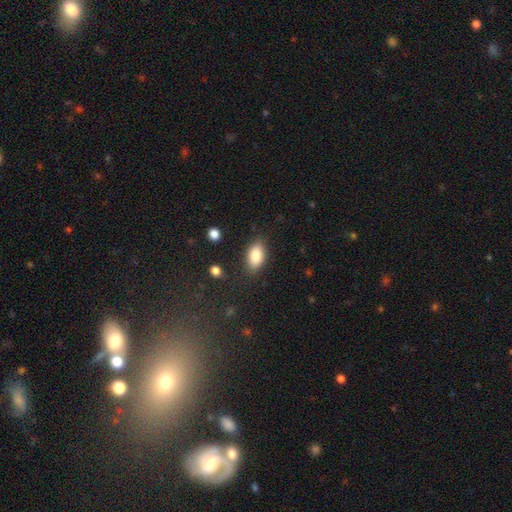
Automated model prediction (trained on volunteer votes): Q: Smooth or featured?
A: smooth (87%); runner-up: star or artifact (7%)
Q: How rounded?
A: in between (92%); runner-up: round (6%)
Q: Merging?
A: none (82%); runner-up: minor disturbance (13%)